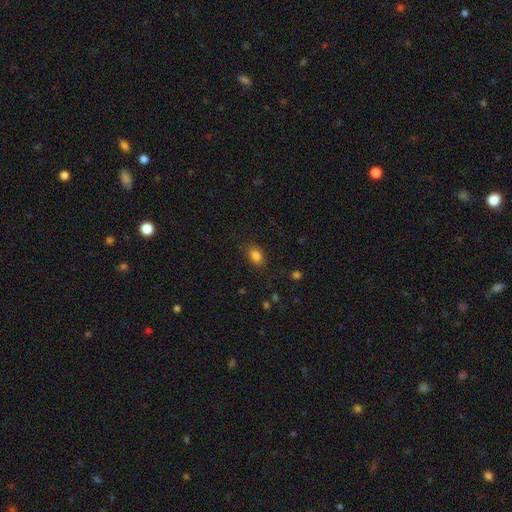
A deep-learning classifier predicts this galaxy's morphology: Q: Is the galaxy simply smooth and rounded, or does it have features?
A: smooth — 84%.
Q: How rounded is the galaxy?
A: in between — 77%.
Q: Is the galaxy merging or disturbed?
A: none — 85%.